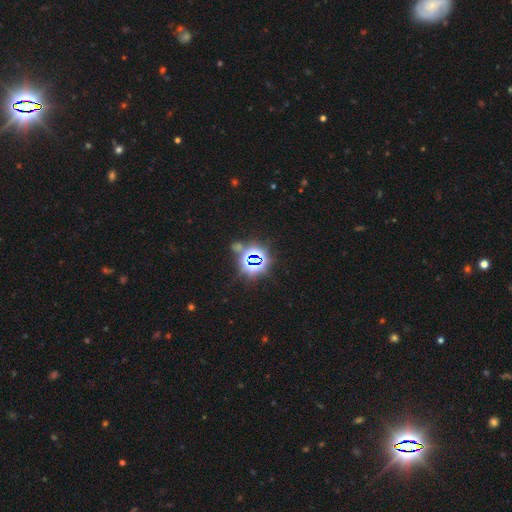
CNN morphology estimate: A star or artifact, not a galaxy (82%).